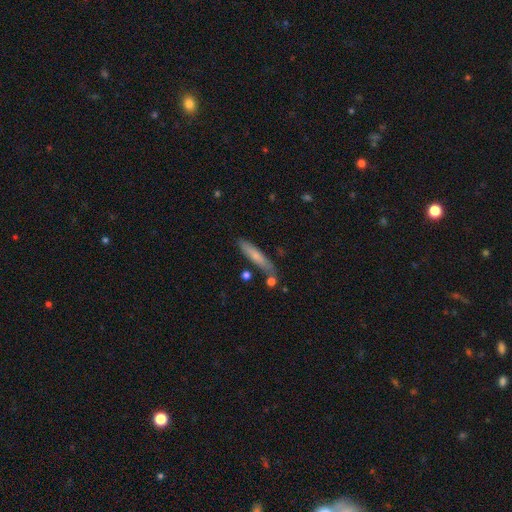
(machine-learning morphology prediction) This is likely a smooth galaxy (67%). How rounded: clearly cigar-shaped (88%). Merging: likely none (77%).